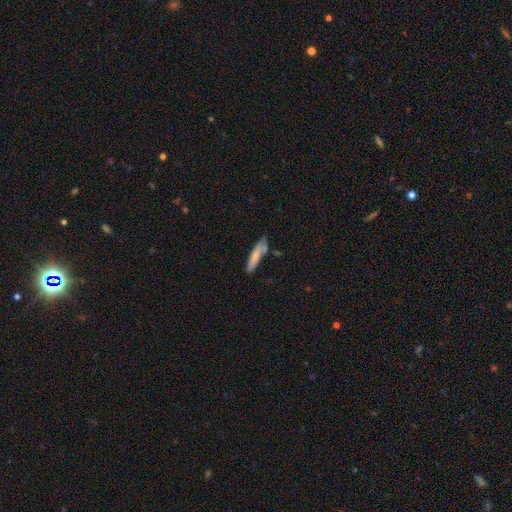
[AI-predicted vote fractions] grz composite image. It shows a smooth galaxy with no disk features (75%) that is cigar-shaped (78%). Merging: none (66%).